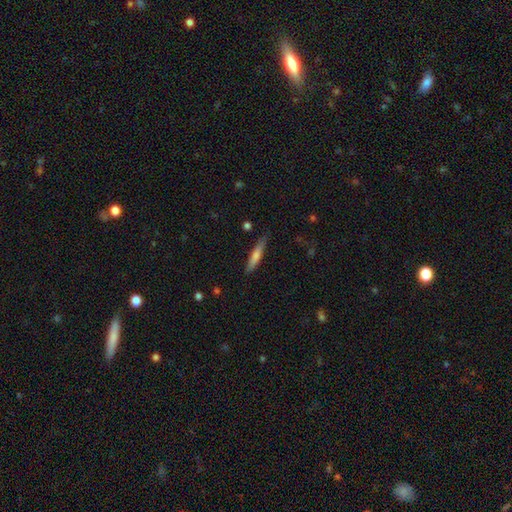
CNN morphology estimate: smooth-or-featured: smooth: 58% | featured or disk: 36% | star or artifact: 6%
  how-rounded: cigar-shaped: 91% | in between: 7% | round: 1%
  merging: none: 85% | minor disturbance: 11% | major disturbance: 2% | merger: 1%